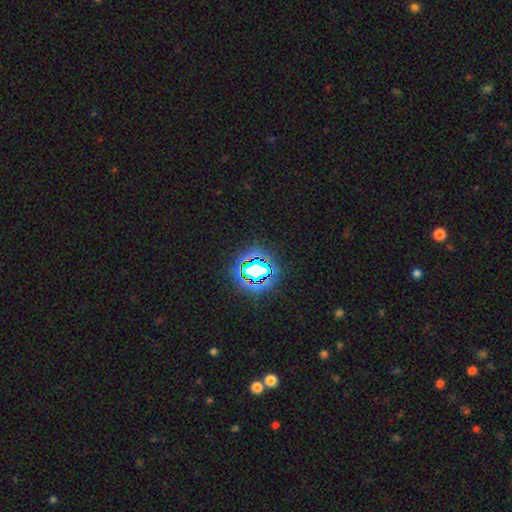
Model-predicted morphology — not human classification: The model was most divided on "smooth or featured": star or artifact: 82%, smooth: 11%, featured or disk: 7%.